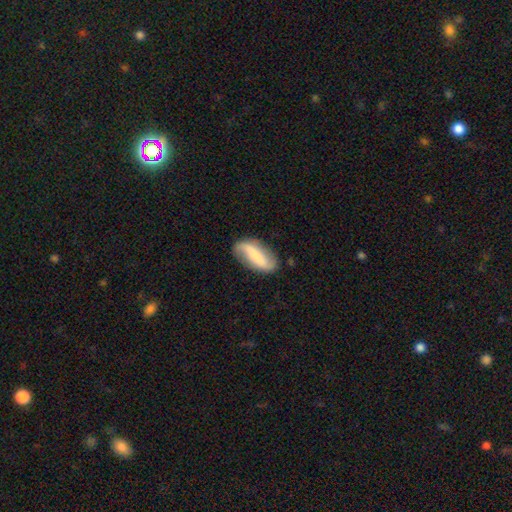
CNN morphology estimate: Q: Smooth or featured?
A: featured or disk (59%); runner-up: smooth (35%)
Q: Edge-on disk?
A: no (91%); runner-up: yes (9%)
Q: Bar?
A: strong (45%); runner-up: weak (30%)
Q: Spiral arms?
A: yes (88%); runner-up: no (12%)
Q: Bulge size?
A: small (44%); runner-up: moderate (27%)
Q: Merging?
A: none (78%); runner-up: minor disturbance (15%)